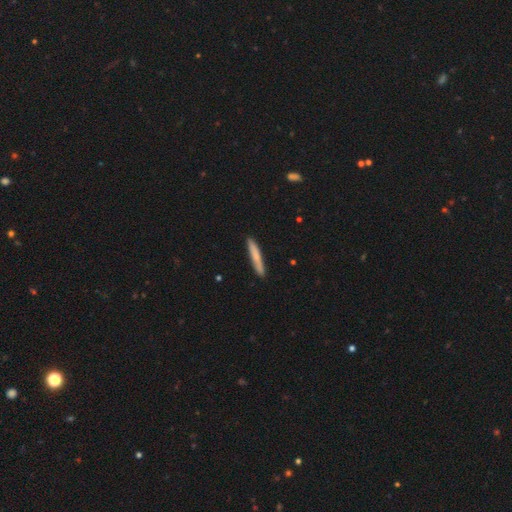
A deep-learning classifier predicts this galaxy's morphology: type=smooth (72%); roundness=cigar-shaped (95%); merging=none (89%).